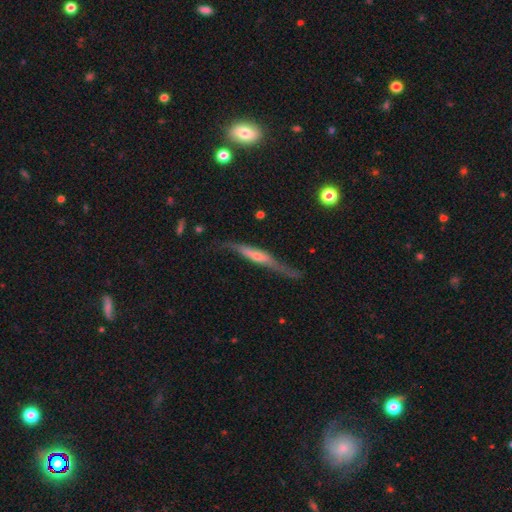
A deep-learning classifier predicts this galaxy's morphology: This is likely a featured or disk galaxy (76%). It is clearly viewed edge-on (92%). Edge-on bulge: likely rounded (72%). Merging: likely none (76%).